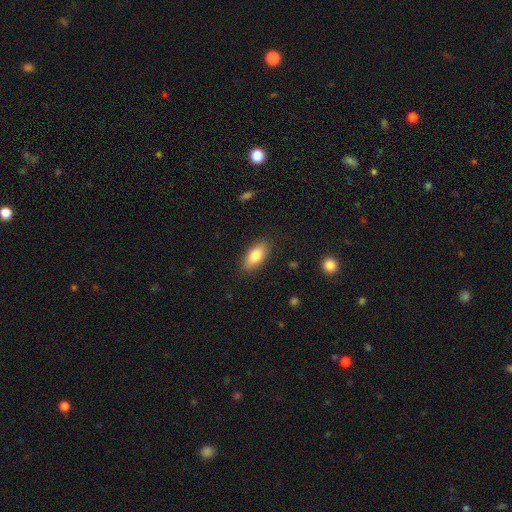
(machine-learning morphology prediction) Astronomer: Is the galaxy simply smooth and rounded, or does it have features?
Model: smooth — 79%.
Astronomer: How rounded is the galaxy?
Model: in between — 86%.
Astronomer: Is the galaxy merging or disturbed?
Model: none — 86%.